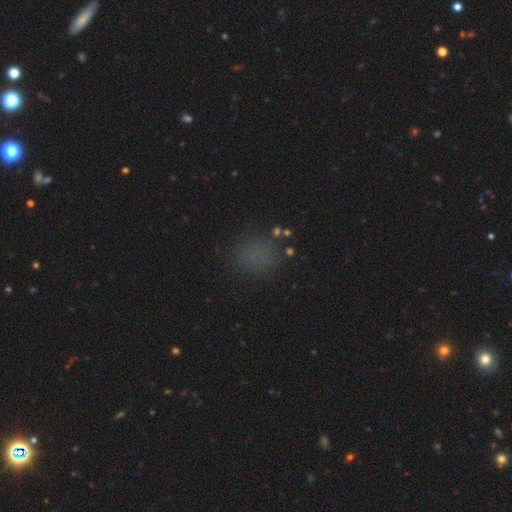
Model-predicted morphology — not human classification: smooth-or-featured: smooth: 66% | star or artifact: 27% | featured or disk: 8%
  how-rounded: round: 76% | in between: 23% | cigar-shaped: 1%
  merging: none: 79% | minor disturbance: 12% | major disturbance: 6% | merger: 4%